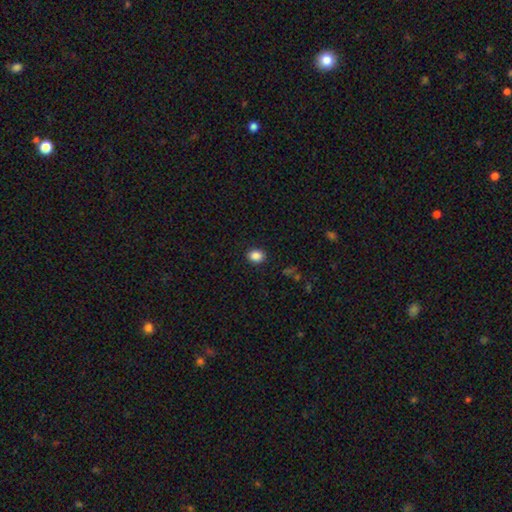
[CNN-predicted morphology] A smooth galaxy with no disk features (87%) that is round (55%).

Vote fractions:
- Smooth or featured? smooth: 87% / star or artifact: 10% / featured or disk: 3%
- How rounded? round: 55% / in between: 44% / cigar-shaped: 1%
- Merging? none: 90% / minor disturbance: 7% / major disturbance: 2% / merger: 1%